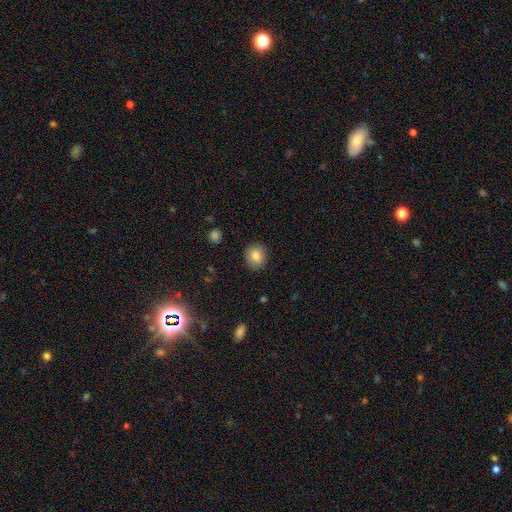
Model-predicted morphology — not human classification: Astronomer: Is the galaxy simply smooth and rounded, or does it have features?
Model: smooth — 84%.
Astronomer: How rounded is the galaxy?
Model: round — 72%.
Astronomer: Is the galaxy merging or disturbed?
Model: none — 86%.